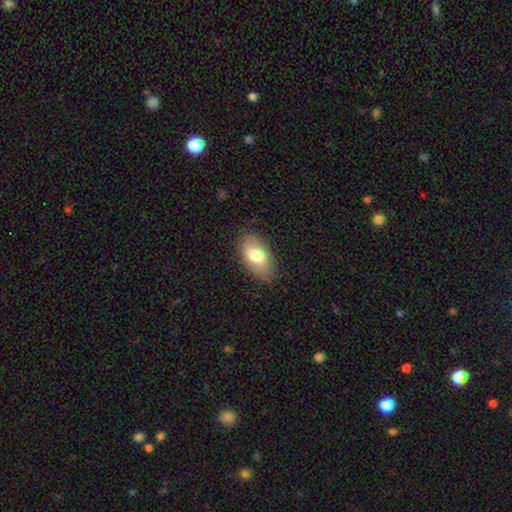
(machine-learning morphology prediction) smooth-or-featured: smooth: 76% | featured or disk: 17% | star or artifact: 6%
  how-rounded: in between: 93% | round: 4% | cigar-shaped: 3%
  merging: none: 83% | minor disturbance: 13% | major disturbance: 3% | merger: 1%